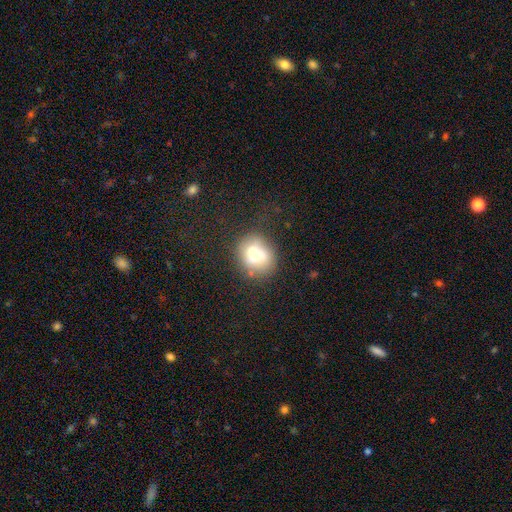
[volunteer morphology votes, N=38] smooth_or_featured: smooth (p=0.53) [alt: featured or disk p=0.39]
how_rounded: round (p=0.70) [alt: in between p=0.30]
merging: merger (p=0.63) [alt: none p=0.29]